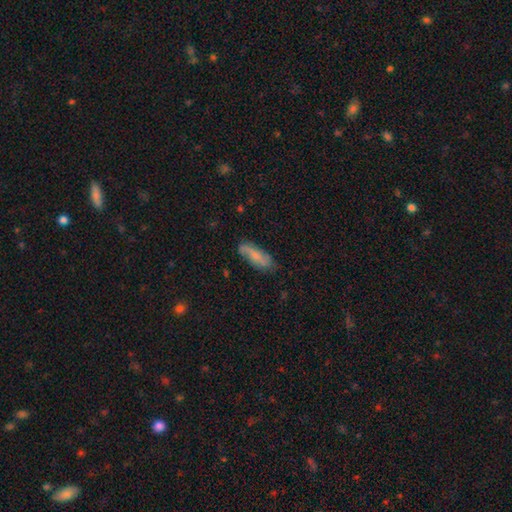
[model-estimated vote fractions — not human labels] smooth_or_featured: smooth (p=0.61) [alt: featured or disk p=0.32]
how_rounded: in between (p=0.60) [alt: cigar-shaped p=0.38]
merging: none (p=0.69) [alt: minor disturbance p=0.23]